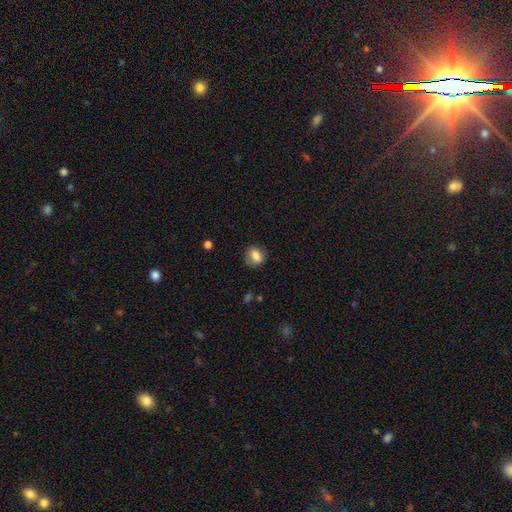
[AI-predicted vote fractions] Smooth or featured? smooth (80%)
How rounded? round (50%)
Merging? none (70%)